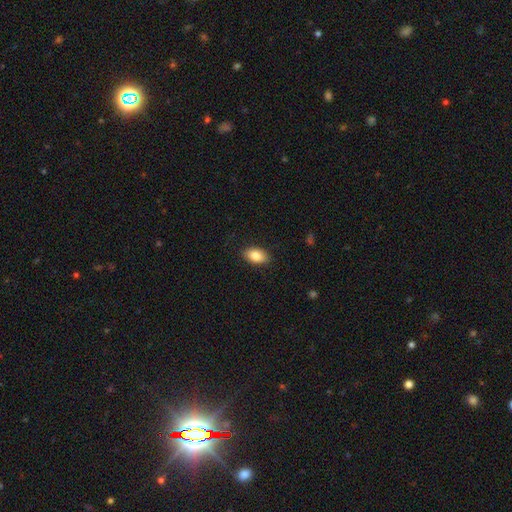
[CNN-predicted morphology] smooth-or-featured: smooth: 85% | featured or disk: 8% | star or artifact: 7%
  how-rounded: in between: 91% | round: 6% | cigar-shaped: 3%
  merging: none: 87% | minor disturbance: 10% | major disturbance: 2% | merger: 1%